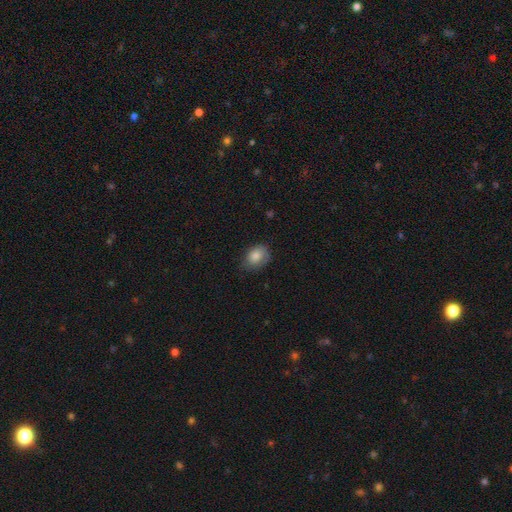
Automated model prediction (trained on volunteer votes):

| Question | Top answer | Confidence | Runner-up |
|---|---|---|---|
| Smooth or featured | smooth | 83% | featured or disk (9%) |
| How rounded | in between | 68% | round (31%) |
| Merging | none | 65% | minor disturbance (28%) |